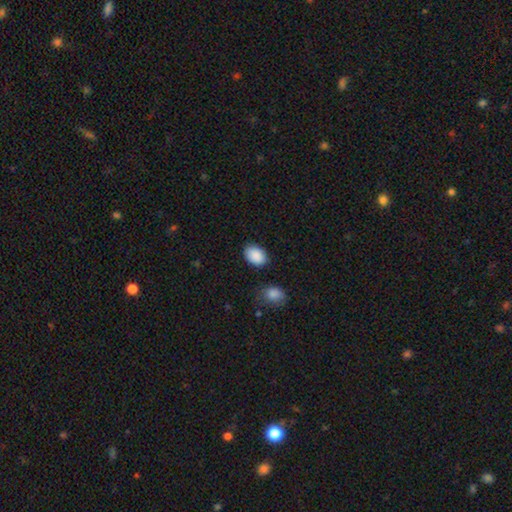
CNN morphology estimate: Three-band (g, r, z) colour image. It shows a smooth galaxy with no disk features (89%) that is in between round and cigar-shaped (83%). Merging: none (81%).